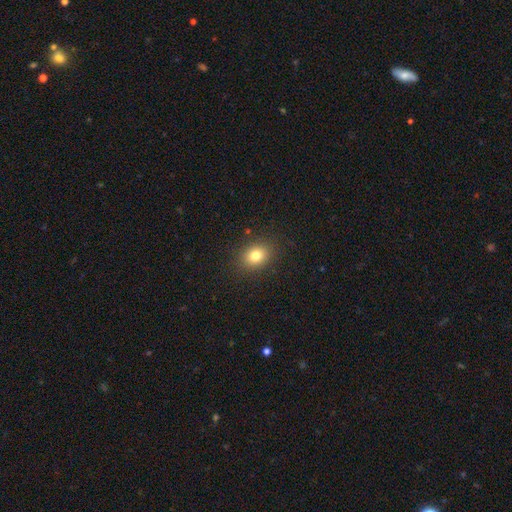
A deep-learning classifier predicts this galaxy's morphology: Overall: smooth (80%). How rounded: in between (55%; round 44%). Merging: none (87%).